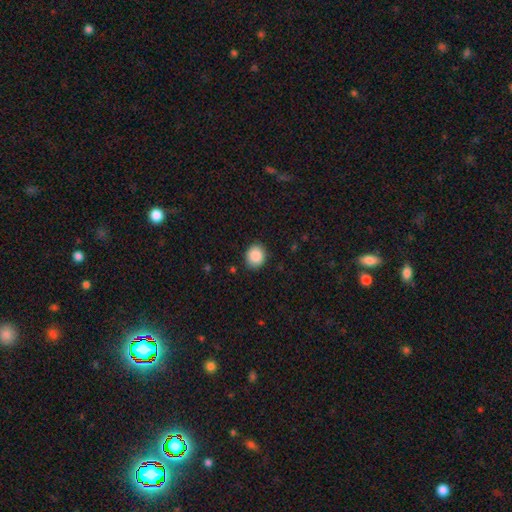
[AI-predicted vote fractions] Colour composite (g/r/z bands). It shows a smooth galaxy with no disk features (89%) that is round (70%). Merging: none (86%).